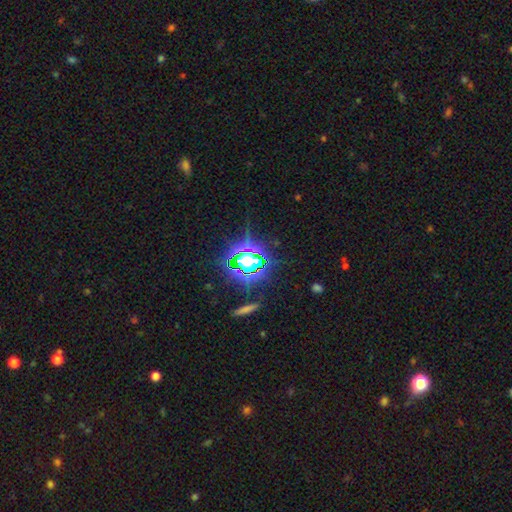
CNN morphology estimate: Smooth or featured? Predicted: star or artifact (p=0.78).